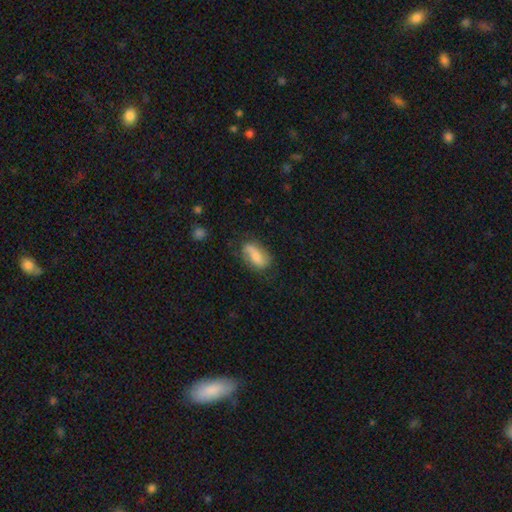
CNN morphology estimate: This is likely a smooth galaxy (61%). How rounded: clearly in between (87%). Merging: likely none (61%).